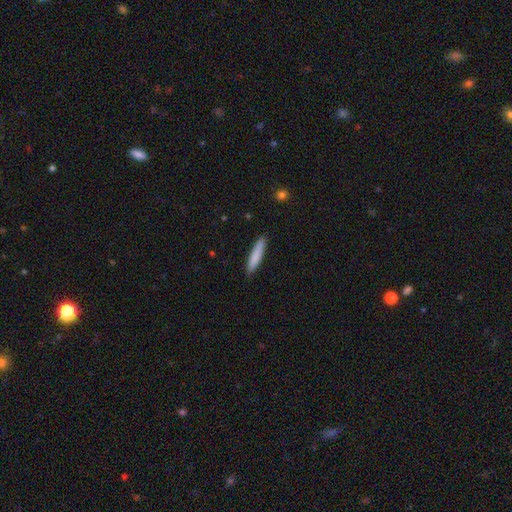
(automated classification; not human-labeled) Q: Smooth or featured?
A: smooth (83%); runner-up: featured or disk (11%)
Q: How rounded?
A: cigar-shaped (90%); runner-up: in between (9%)
Q: Merging?
A: none (89%); runner-up: minor disturbance (8%)